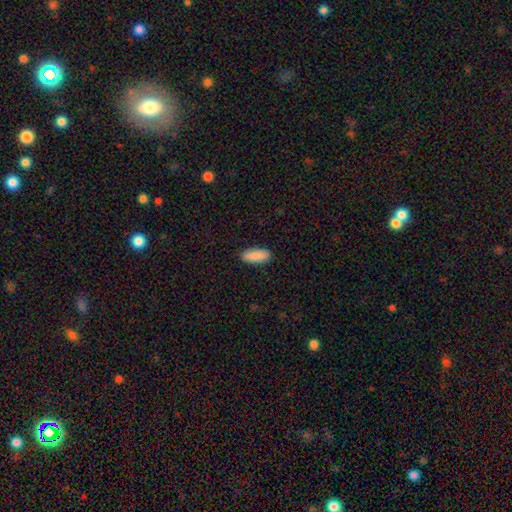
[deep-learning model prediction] This appears to be a smooth galaxy with no disk features (90%) that is in between round and cigar-shaped (76%). Merging: none (90%).